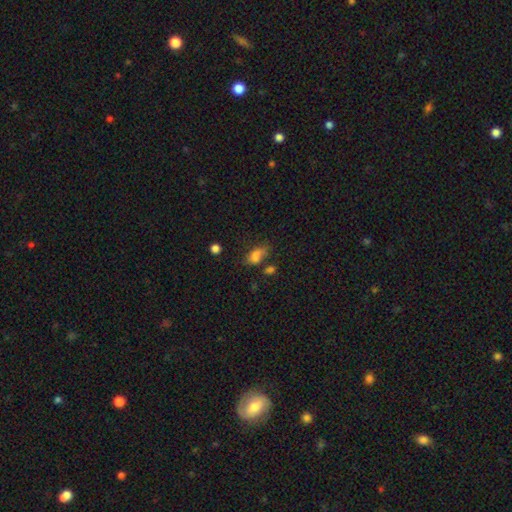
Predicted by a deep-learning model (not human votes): Smooth or featured? Predicted: smooth (p=0.76). How rounded? Predicted: in between (p=0.84). Merging? Predicted: none (p=0.40).